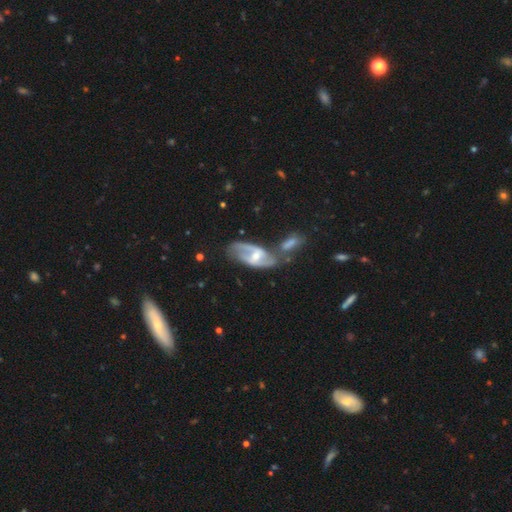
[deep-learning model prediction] smooth-or-featured: featured or disk: 78% | smooth: 16% | star or artifact: 6%
  disk-edge-on: no: 92% | yes: 8%
    bar: weak: 49% | strong: 30% | no: 21%
    has-spiral-arms: yes: 88% | no: 12%
      spiral-winding: medium: 44% | loose: 39% | tight: 17%
      spiral-arm-count: 2: 82% | can't tell: 10% | 1: 4% | 3: 2% | 4: 1% | more than 4: 1%
    bulge-size: moderate: 50% | small: 41% | large: 4% | none: 3% | dominant: 1%
  merging: none: 41% | merger: 32% | minor disturbance: 17% | major disturbance: 10%